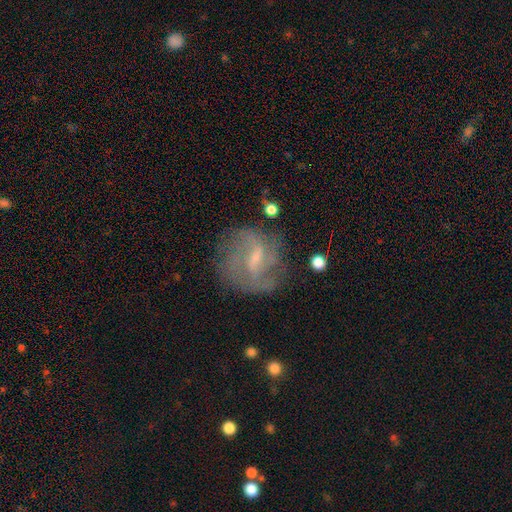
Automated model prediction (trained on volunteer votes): Smooth or featured? Predicted: featured or disk (p=0.71). Edge-on disk? Predicted: no (p=0.96). Bar? Predicted: weak (p=0.56). Spiral arms? Predicted: yes (p=0.81). Spiral winding? Predicted: medium (p=0.42). Spiral arm count? Predicted: 2 (p=0.46). Bulge size? Predicted: small (p=0.48). Merging? Predicted: none (p=0.66).